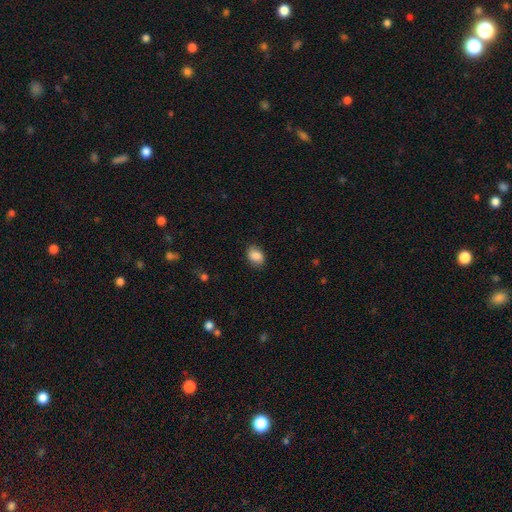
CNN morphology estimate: Smooth or featured? Predicted: smooth (p=0.88). How rounded? Predicted: in between (p=0.72). Merging? Predicted: none (p=0.84).